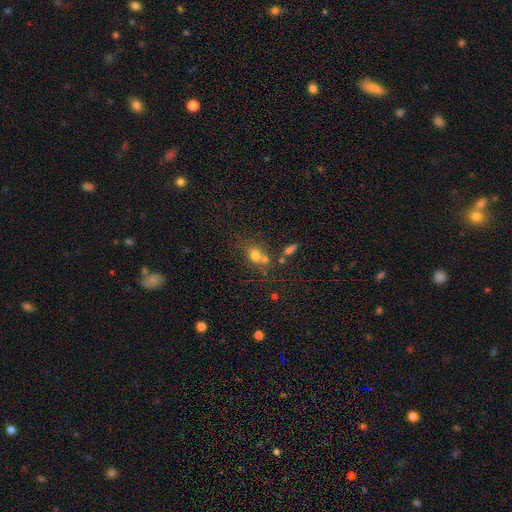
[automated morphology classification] A smooth galaxy with no disk features (70%) that is round (63%).

Vote fractions:
- Smooth or featured? smooth: 70% / star or artifact: 16% / featured or disk: 14%
- How rounded? round: 63% / in between: 36% / cigar-shaped: 2%
- Merging? none: 47% / merger: 35% / minor disturbance: 12% / major disturbance: 6%